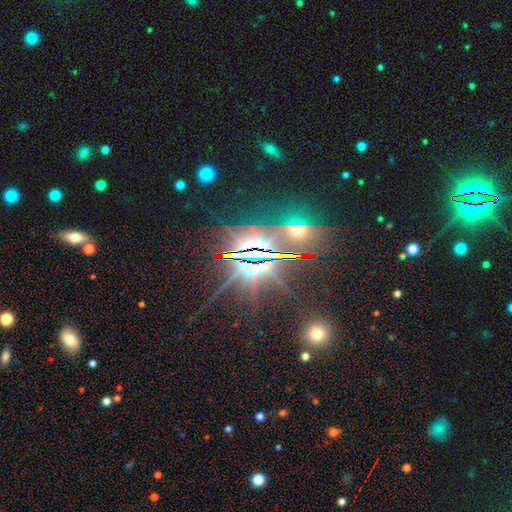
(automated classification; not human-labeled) star or artifact 78%, featured or disk 13%, smooth 9%.